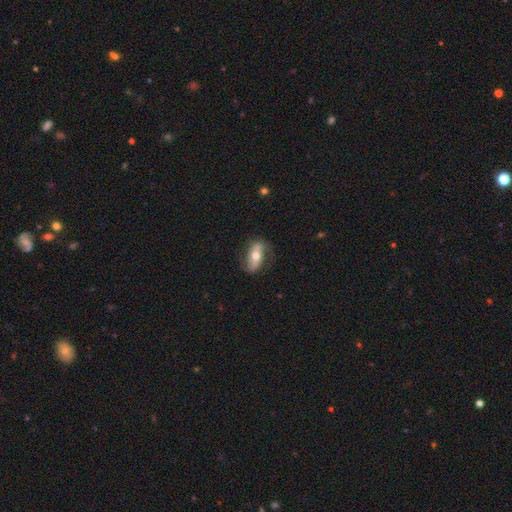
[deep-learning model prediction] This is likely a featured or disk galaxy (63%). It is clearly not viewed edge-on (81%). Bar: marginally no (39%). Spiral arm pattern: likely yes (74%). Central bulge: likely moderate (74%). Merging: likely none (74%).